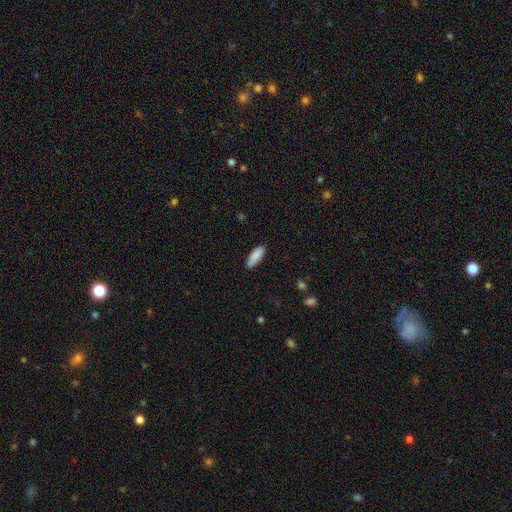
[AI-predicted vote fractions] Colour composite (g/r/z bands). It shows a smooth galaxy with no disk features (88%) that is in between round and cigar-shaped (67%). Merging: none (86%).